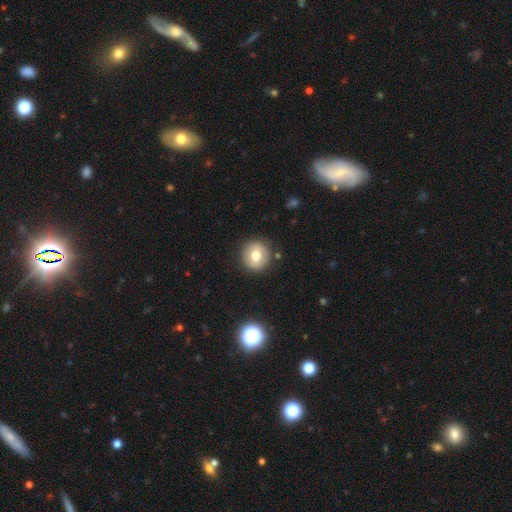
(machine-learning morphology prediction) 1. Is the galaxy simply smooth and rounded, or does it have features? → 73% smooth, 18% featured or disk, 10% star or artifact.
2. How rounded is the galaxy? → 92% round, 7% in between, 1% cigar-shaped.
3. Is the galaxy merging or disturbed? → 89% none, 7% minor disturbance, 2% major disturbance, 2% merger.